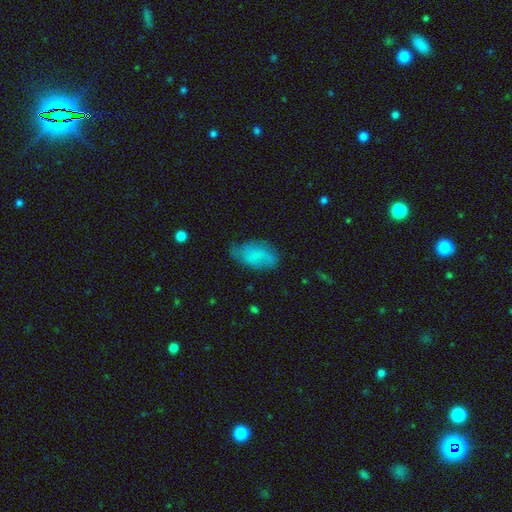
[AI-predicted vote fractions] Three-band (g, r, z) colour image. It shows a smooth galaxy with no disk features (64%) that is in between round and cigar-shaped (92%). Merging: none (60%).